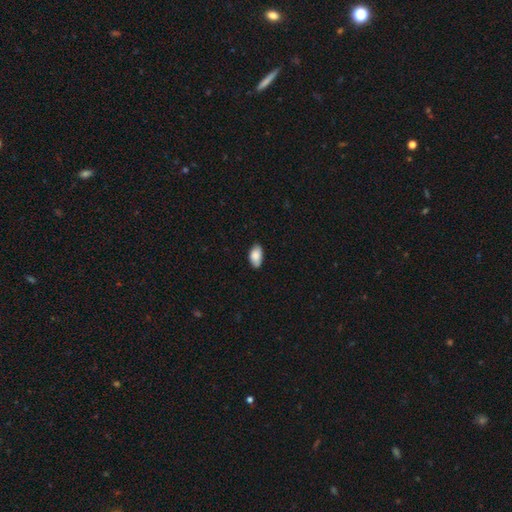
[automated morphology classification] Q: Smooth or featured?
A: smooth (87%); runner-up: featured or disk (7%)
Q: How rounded?
A: in between (95%); runner-up: round (3%)
Q: Merging?
A: none (83%); runner-up: minor disturbance (14%)